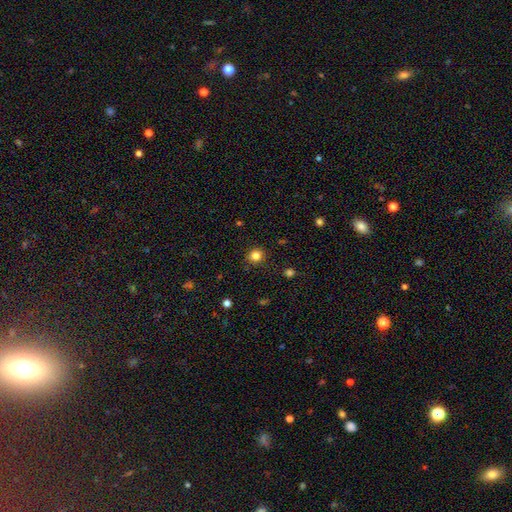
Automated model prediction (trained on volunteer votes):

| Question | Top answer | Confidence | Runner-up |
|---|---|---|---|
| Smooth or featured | smooth | 83% | star or artifact (13%) |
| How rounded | round | 86% | in between (14%) |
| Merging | none | 88% | minor disturbance (8%) |